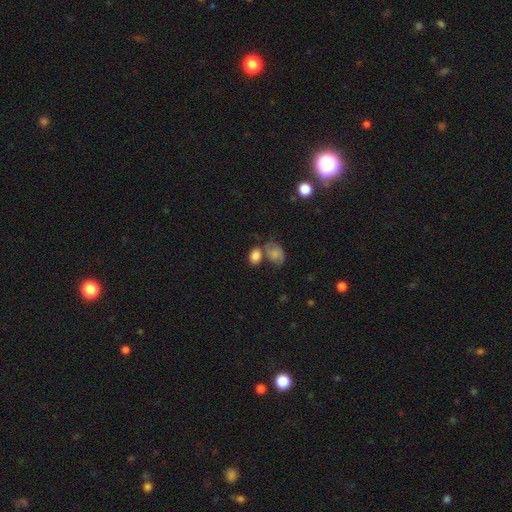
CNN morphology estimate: type=smooth (83%); roundness=in between (63%); merging=none (49%).